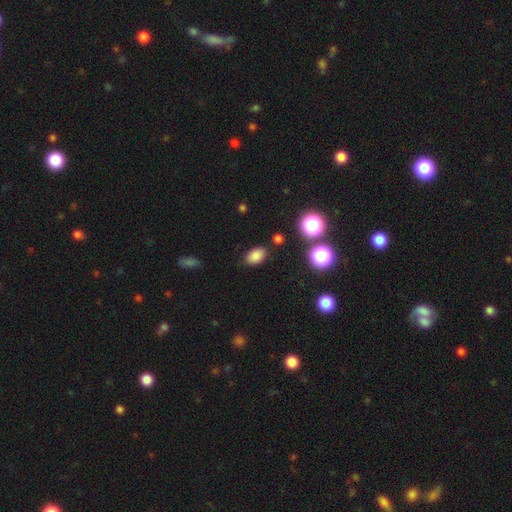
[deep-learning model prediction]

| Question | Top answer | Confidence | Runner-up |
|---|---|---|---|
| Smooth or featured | smooth | 81% | star or artifact (13%) |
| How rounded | in between | 86% | round (13%) |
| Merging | none | 83% | minor disturbance (12%) |